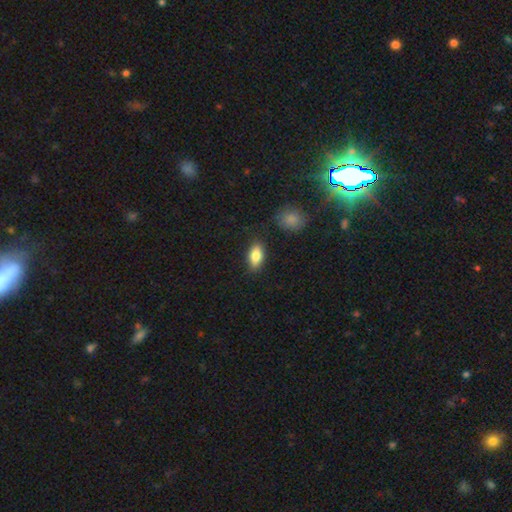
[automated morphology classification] Smooth or featured: smooth — 82% (featured or disk — 10%)
How rounded: in between — 88% (cigar-shaped — 7%)
Merging: none — 79% (minor disturbance — 15%)